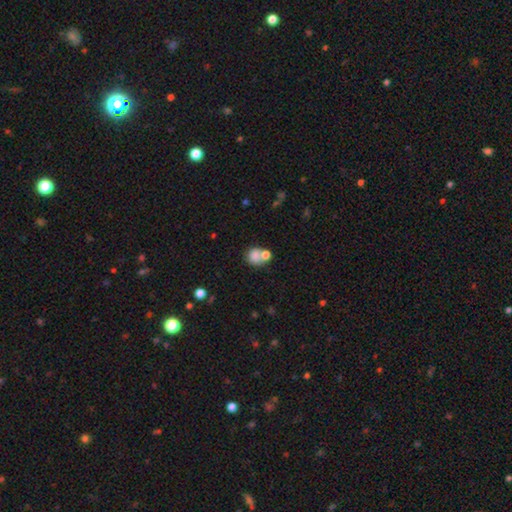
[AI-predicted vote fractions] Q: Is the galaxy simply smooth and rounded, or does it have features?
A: smooth — 76%.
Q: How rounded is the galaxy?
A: round — 68%.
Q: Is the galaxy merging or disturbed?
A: merger — 45%.